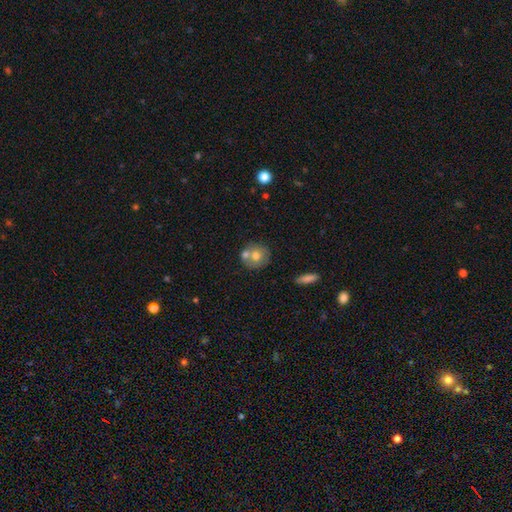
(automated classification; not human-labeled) Overall: smooth (66%; featured or disk 26%). How rounded: round (85%). Merging: none (50%; merger 36%).